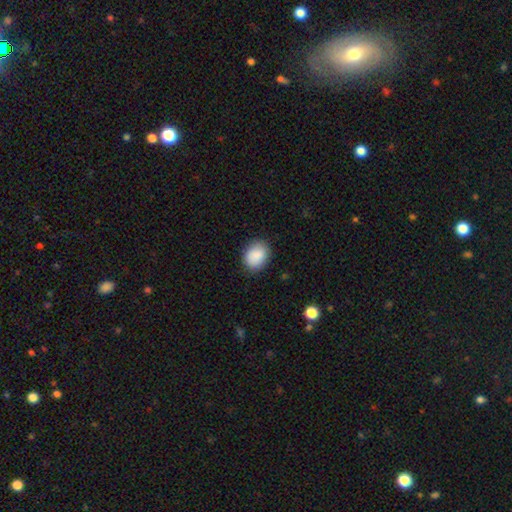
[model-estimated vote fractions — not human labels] Morphology: type=smooth (89%); roundness=in between (52%); merging=none (85%).